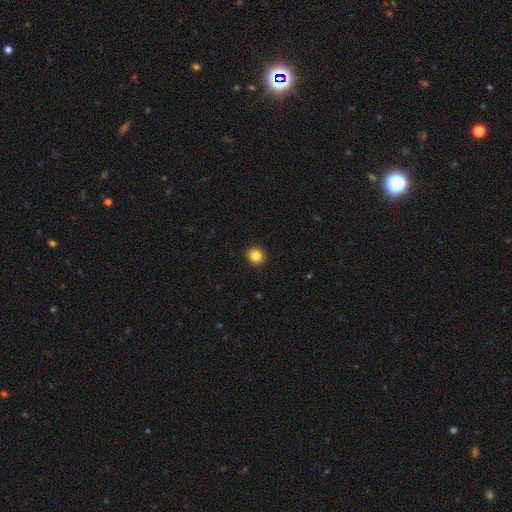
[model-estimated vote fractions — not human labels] This is clearly a smooth galaxy (85%). How rounded: clearly round (90%). Merging: clearly none (93%).